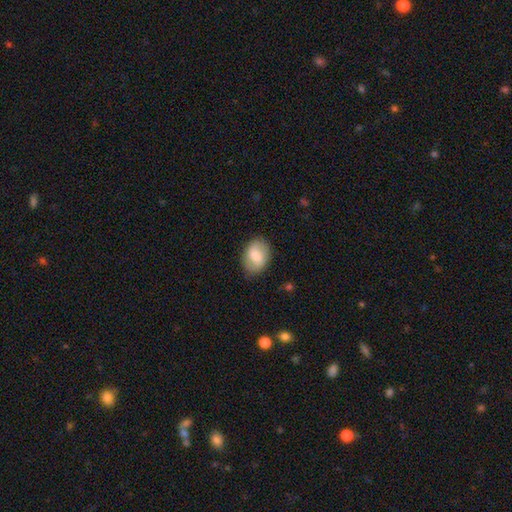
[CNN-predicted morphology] This is likely a smooth galaxy (72%). How rounded: likely in between (74%). Merging: clearly none (82%).